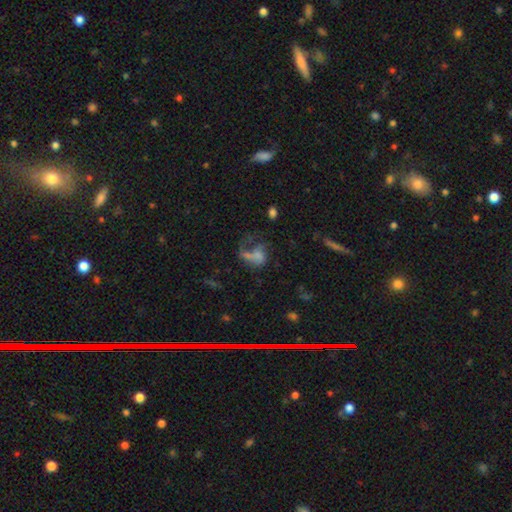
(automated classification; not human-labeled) A featured or disk galaxy (43%). Merging: major disturbance (51%).